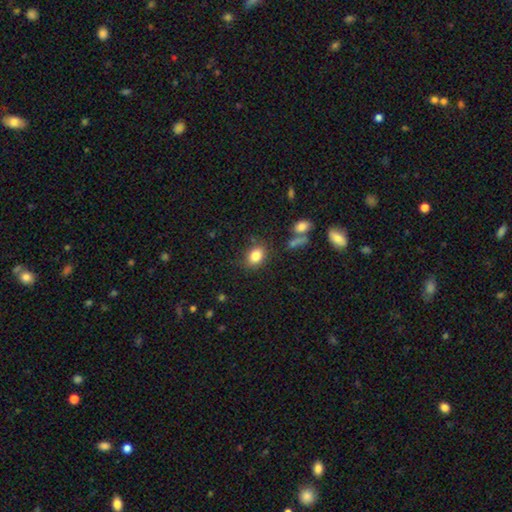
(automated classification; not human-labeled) smooth 84%, star or artifact 9%, featured or disk 7%. Down the decision tree: how rounded — in between (67%); merging — none (81%).